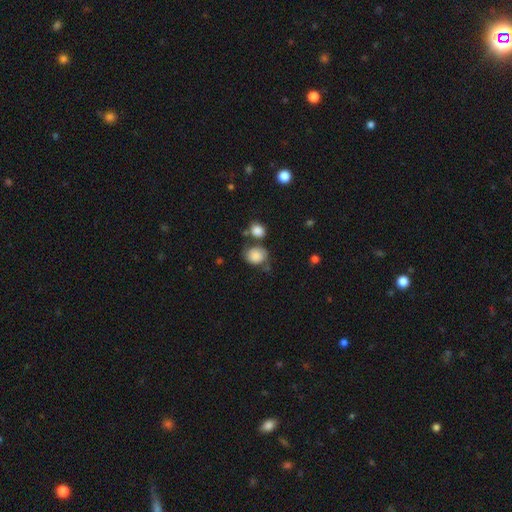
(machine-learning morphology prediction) Q: Smooth or featured?
A: smooth (79%); runner-up: featured or disk (12%)
Q: How rounded?
A: round (57%); runner-up: in between (42%)
Q: Merging?
A: none (51%); runner-up: minor disturbance (23%)